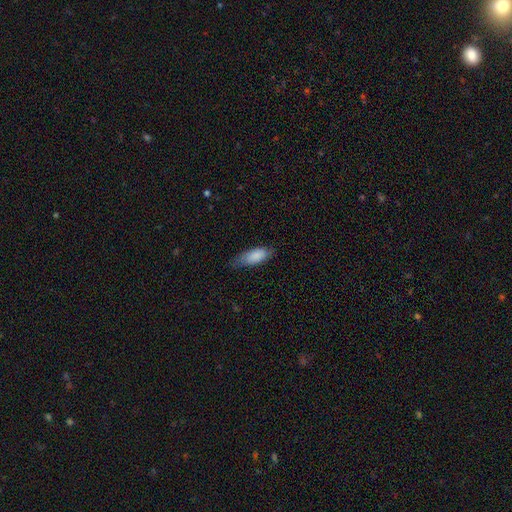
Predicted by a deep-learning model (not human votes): smooth_or_featured: smooth (p=0.85) [alt: featured or disk p=0.09]
how_rounded: in between (p=0.78) [alt: cigar-shaped p=0.20]
merging: none (p=0.60) [alt: minor disturbance p=0.31]